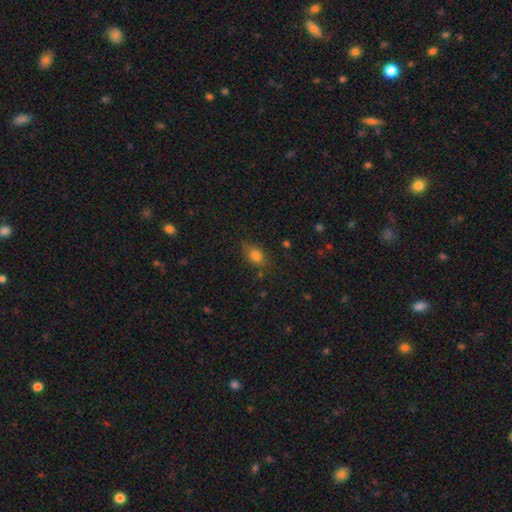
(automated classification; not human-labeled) Q: Smooth or featured?
A: smooth (80%); runner-up: star or artifact (12%)
Q: How rounded?
A: in between (74%); runner-up: round (24%)
Q: Merging?
A: none (78%); runner-up: minor disturbance (16%)